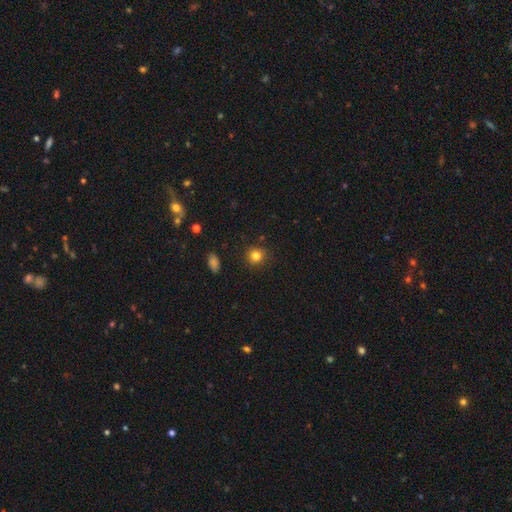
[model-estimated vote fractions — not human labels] This appears to be a smooth galaxy with no disk features (82%) that is round (89%). Merging: none (88%).